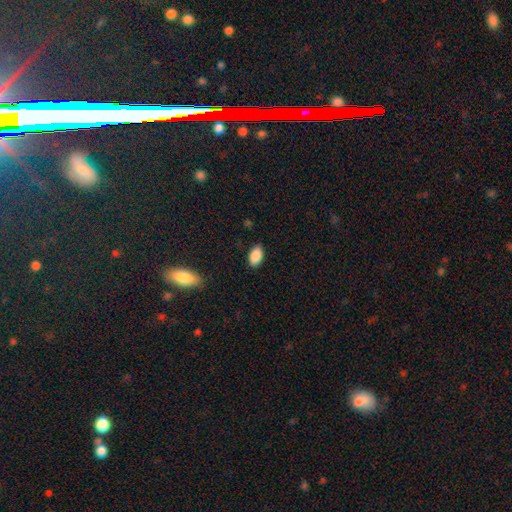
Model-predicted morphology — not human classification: smooth 88%, star or artifact 7%, featured or disk 5%. Down the decision tree: how rounded — in between (93%); merging — none (87%).